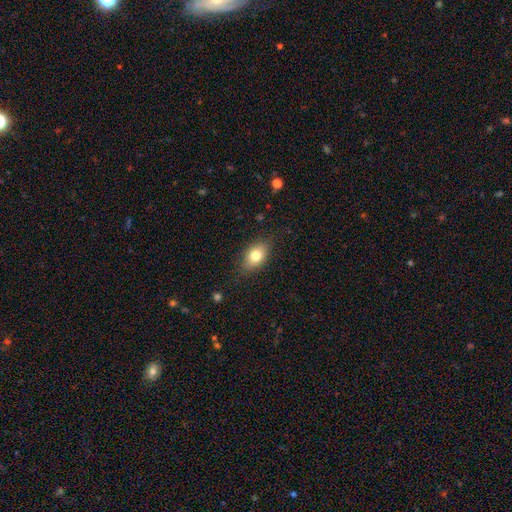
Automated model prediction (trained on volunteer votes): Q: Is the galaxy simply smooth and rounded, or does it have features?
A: smooth — 77%.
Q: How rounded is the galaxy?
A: in between — 84%.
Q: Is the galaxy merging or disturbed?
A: none — 81%.